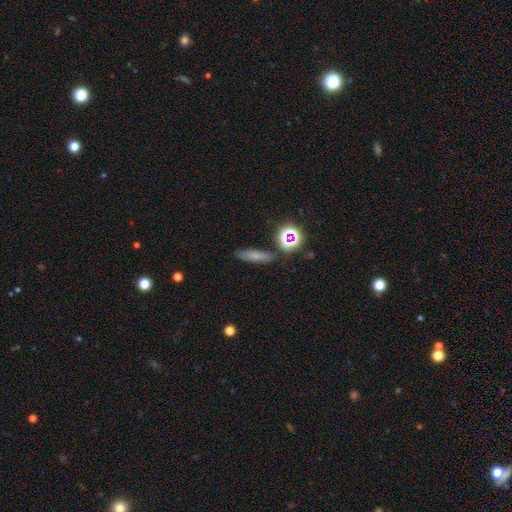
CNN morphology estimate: This appears to be a smooth galaxy with no disk features (68%) that is cigar-shaped (66%). Merging: none (83%).